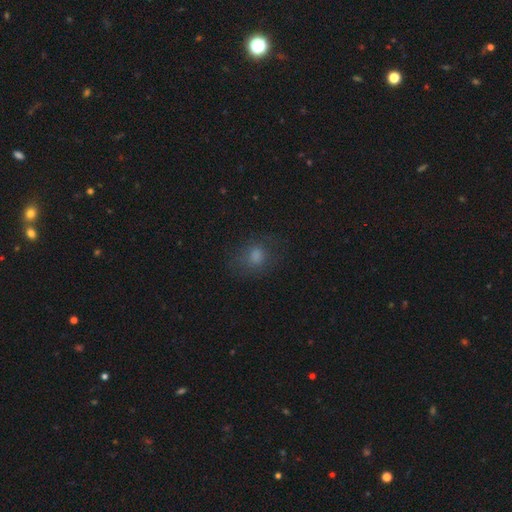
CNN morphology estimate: A smooth galaxy with no disk features (66%) that is round (62%).

Vote fractions:
- Smooth or featured? smooth: 66% / star or artifact: 21% / featured or disk: 13%
- How rounded? round: 62% / in between: 37% / cigar-shaped: 1%
- Merging? none: 73% / minor disturbance: 17% / major disturbance: 9% / merger: 1%